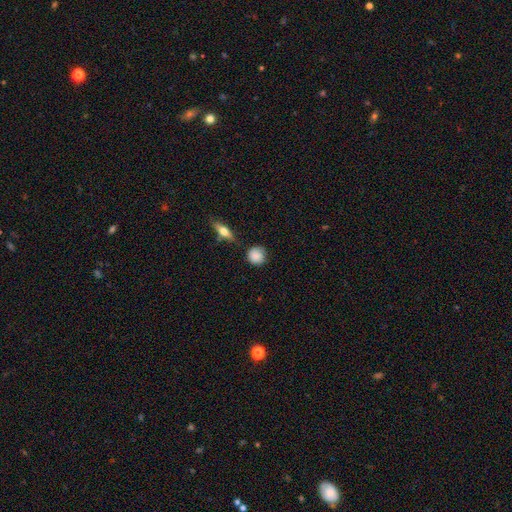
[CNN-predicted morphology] type=smooth (85%); roundness=round (89%); merging=none (78%).